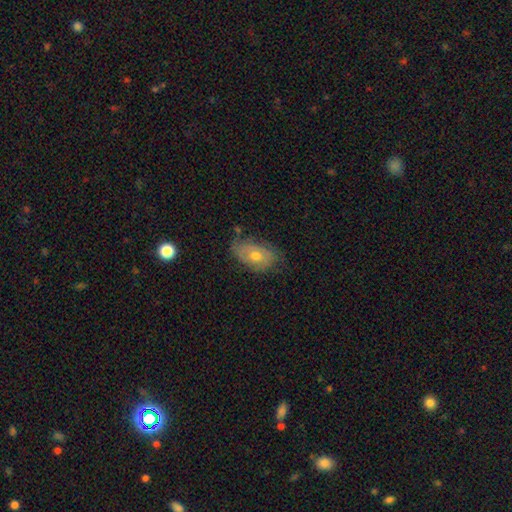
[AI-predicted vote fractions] A smooth galaxy with no disk features (50%). Merging: none (58%).